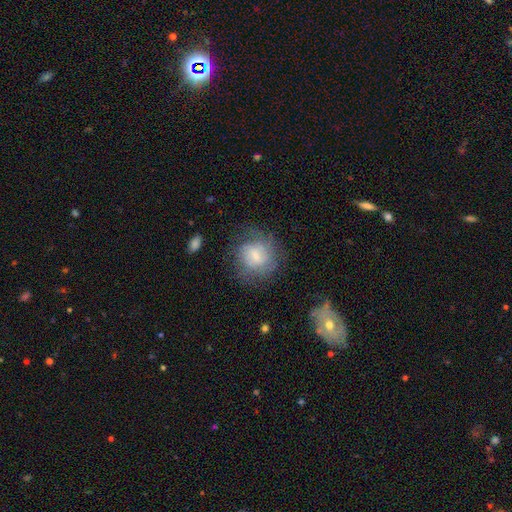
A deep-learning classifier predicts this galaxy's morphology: Overall: featured or disk (46%; smooth 45%). Merging: none (62%).